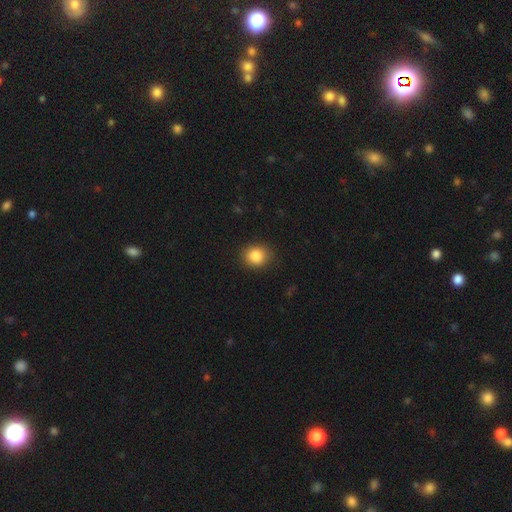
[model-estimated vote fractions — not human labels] smooth-or-featured: smooth: 86% | star or artifact: 9% | featured or disk: 4%
  how-rounded: round: 73% | in between: 26% | cigar-shaped: 1%
  merging: none: 85% | minor disturbance: 11% | major disturbance: 3% | merger: 1%